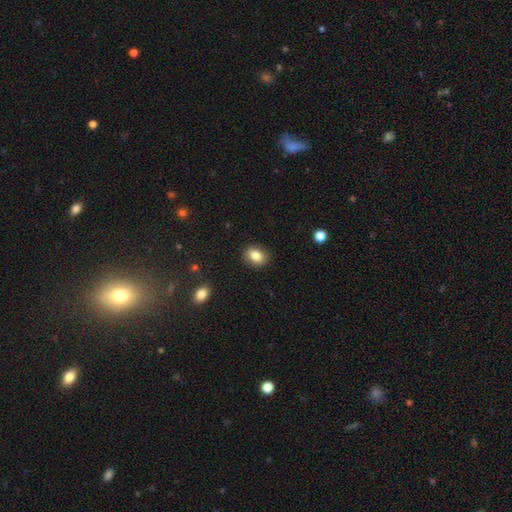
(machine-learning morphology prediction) This appears to be a smooth galaxy with no disk features (84%) that is in between round and cigar-shaped (65%). Merging: none (88%).